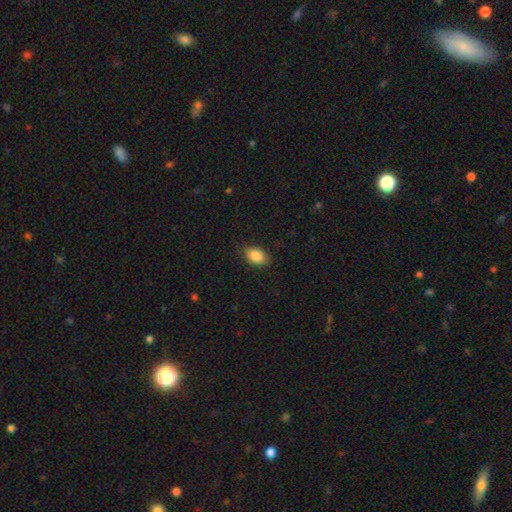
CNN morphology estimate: A smooth galaxy with no disk features (88%) that is in between round and cigar-shaped (86%).

Vote fractions:
- Smooth or featured? smooth: 88% / star or artifact: 8% / featured or disk: 5%
- How rounded? in between: 86% / round: 12% / cigar-shaped: 2%
- Merging? none: 84% / minor disturbance: 13% / major disturbance: 3% / merger: 1%